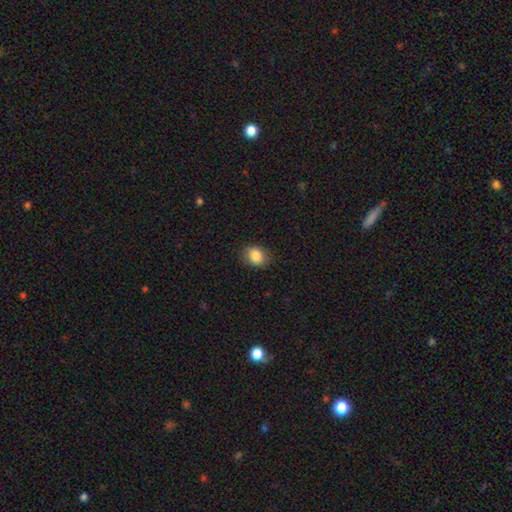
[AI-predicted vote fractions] Smooth or featured? Predicted: smooth (p=0.86). How rounded? Predicted: in between (p=0.51). Merging? Predicted: none (p=0.82).